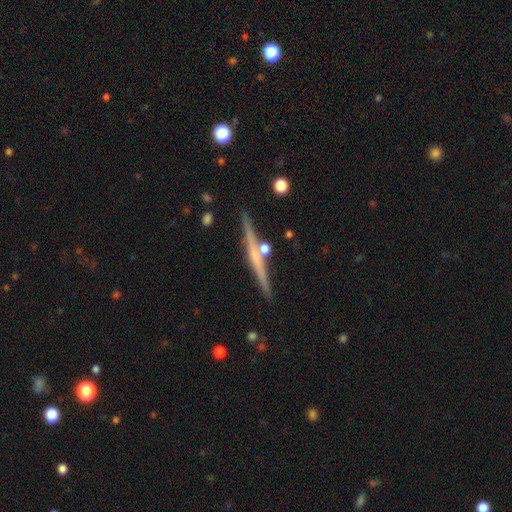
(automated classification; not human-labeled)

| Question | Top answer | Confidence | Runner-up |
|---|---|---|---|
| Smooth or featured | featured or disk | 68% | smooth (25%) |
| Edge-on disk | yes | 98% | no (2%) |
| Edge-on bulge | none | 51% | rounded (42%) |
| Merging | none | 85% | minor disturbance (8%) |